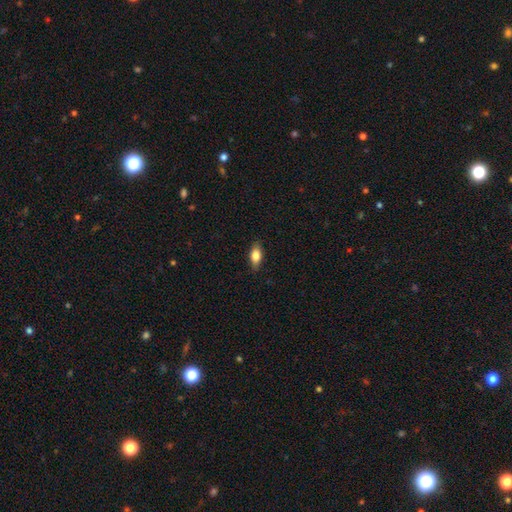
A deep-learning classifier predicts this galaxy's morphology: The model was most divided on "smooth or featured": smooth: 79%, featured or disk: 14%, star or artifact: 7%. More confident: merging — none (86%); how rounded — in between (84%).